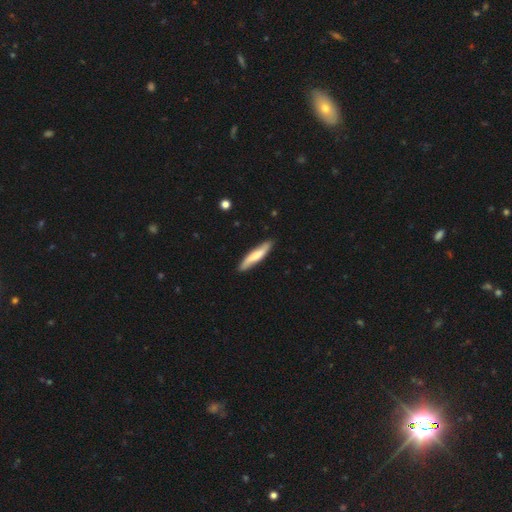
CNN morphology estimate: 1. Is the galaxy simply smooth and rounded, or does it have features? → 62% smooth, 34% featured or disk, 5% star or artifact.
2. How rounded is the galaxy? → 86% cigar-shaped, 12% in between, 1% round.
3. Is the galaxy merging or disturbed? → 85% none, 11% minor disturbance, 2% major disturbance, 1% merger.